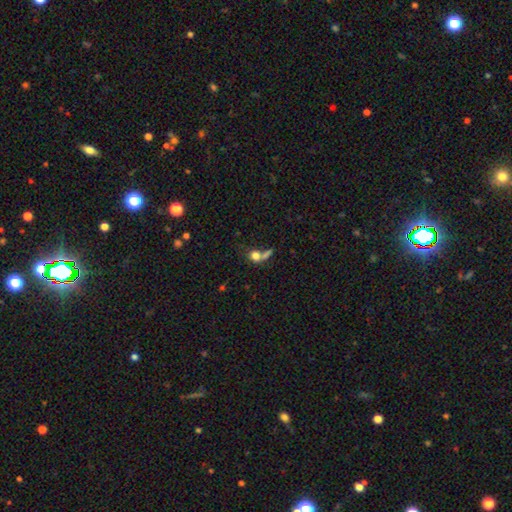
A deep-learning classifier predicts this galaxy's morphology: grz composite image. It shows a smooth galaxy with no disk features (74%) that is round (65%). Merging: merger (43%).